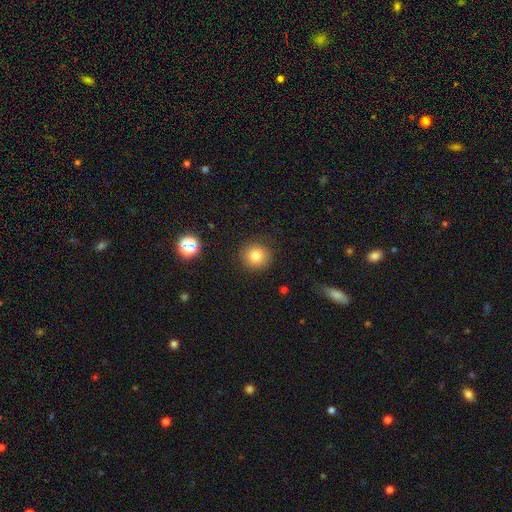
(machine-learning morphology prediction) smooth-or-featured: smooth: 80% | star or artifact: 13% | featured or disk: 8%
  how-rounded: round: 91% | in between: 8% | cigar-shaped: 1%
  merging: none: 88% | minor disturbance: 7% | major disturbance: 3% | merger: 1%